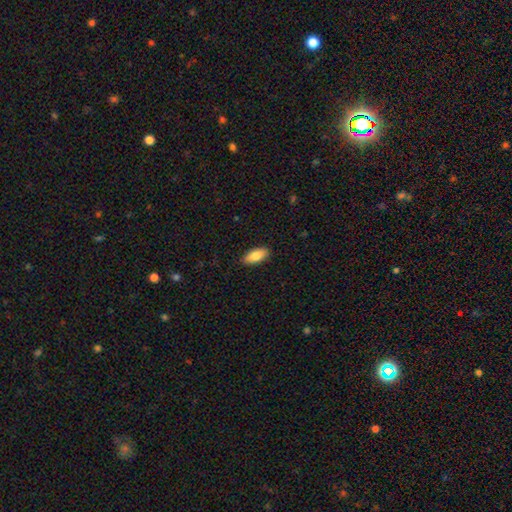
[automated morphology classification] A smooth galaxy with no disk features (84%) that is in between round and cigar-shaped (87%).

Vote fractions:
- Smooth or featured? smooth: 84% / featured or disk: 10% / star or artifact: 6%
- How rounded? in between: 87% / cigar-shaped: 11% / round: 2%
- Merging? none: 89% / minor disturbance: 8% / major disturbance: 2% / merger: 1%